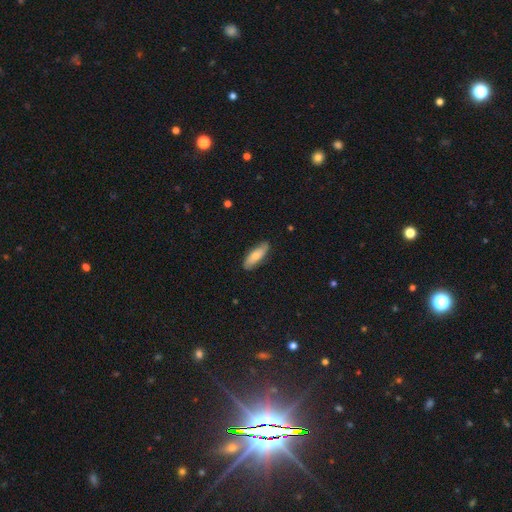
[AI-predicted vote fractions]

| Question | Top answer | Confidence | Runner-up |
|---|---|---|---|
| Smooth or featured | smooth | 69% | featured or disk (26%) |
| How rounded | in between | 60% | cigar-shaped (38%) |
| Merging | none | 83% | minor disturbance (13%) |